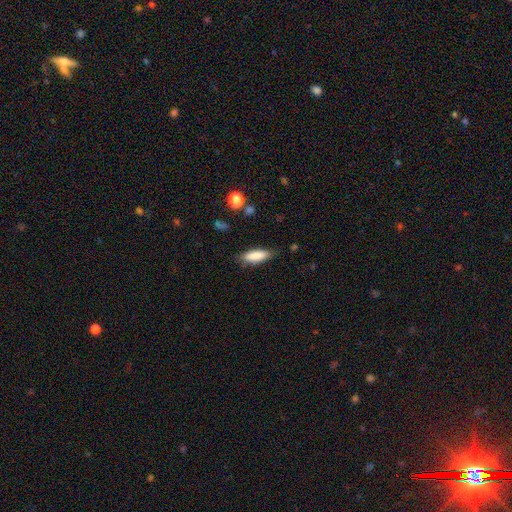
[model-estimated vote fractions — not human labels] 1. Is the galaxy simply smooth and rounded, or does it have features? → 85% smooth, 9% featured or disk, 7% star or artifact.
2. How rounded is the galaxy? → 54% in between, 44% cigar-shaped, 2% round.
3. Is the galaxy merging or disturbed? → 78% none, 17% minor disturbance, 4% major disturbance, 2% merger.